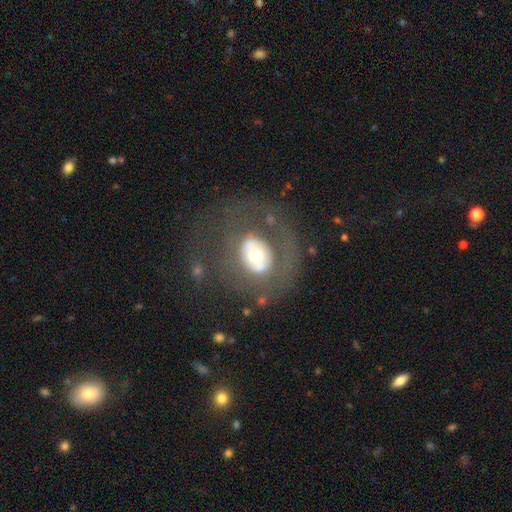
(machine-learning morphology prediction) Smooth or featured: featured or disk — 54% (smooth — 37%)
Edge-on disk: no — 95% (yes — 5%)
Bar: no — 82% (weak — 12%)
Spiral arms: no — 77% (yes — 23%)
Bulge size: moderate — 60% (large — 24%)
Merging: none — 57% (major disturbance — 24%)